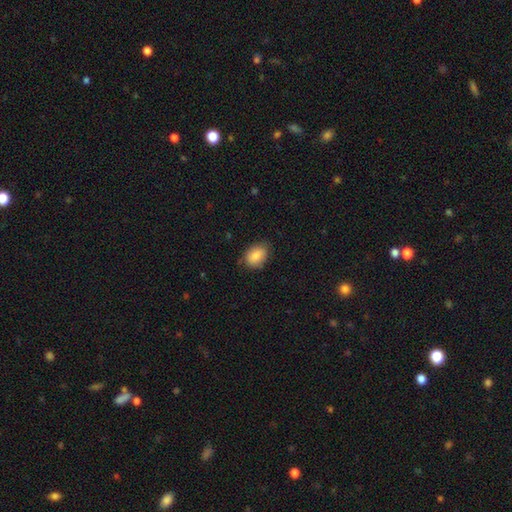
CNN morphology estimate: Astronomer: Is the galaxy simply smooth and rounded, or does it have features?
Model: smooth — 84%.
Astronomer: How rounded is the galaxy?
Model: in between — 69%.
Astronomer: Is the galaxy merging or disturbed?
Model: none — 76%.